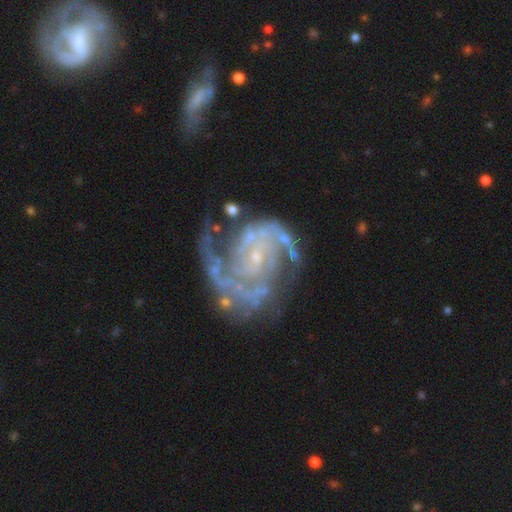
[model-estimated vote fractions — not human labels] This is clearly a featured or disk galaxy (92%). It is clearly not viewed edge-on (98%). Bar: possibly no (56%). Spiral arm pattern: clearly yes (98%). Spiral arm count: likely 2 (67%). Spiral winding: possibly tight (45%). Central bulge: clearly small (81%). Merging: possibly none (54%).